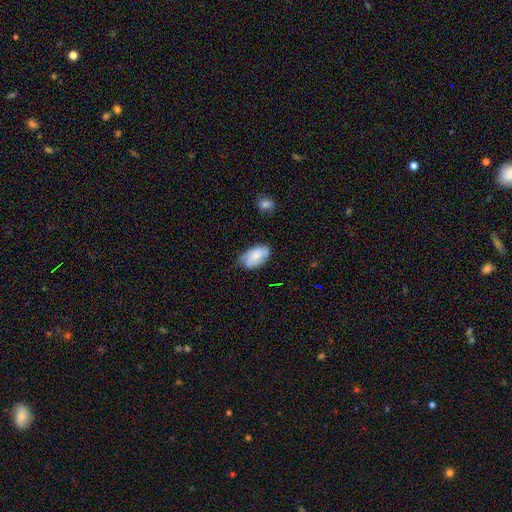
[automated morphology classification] type=smooth (63%); roundness=in between (93%); merging=none (57%).